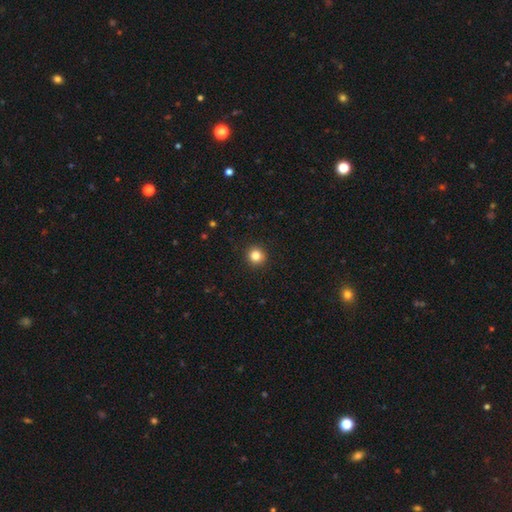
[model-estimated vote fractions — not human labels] The model was most divided on "smooth or featured": smooth: 83%, star or artifact: 12%, featured or disk: 5%. More confident: how rounded — round (94%); merging — none (93%).